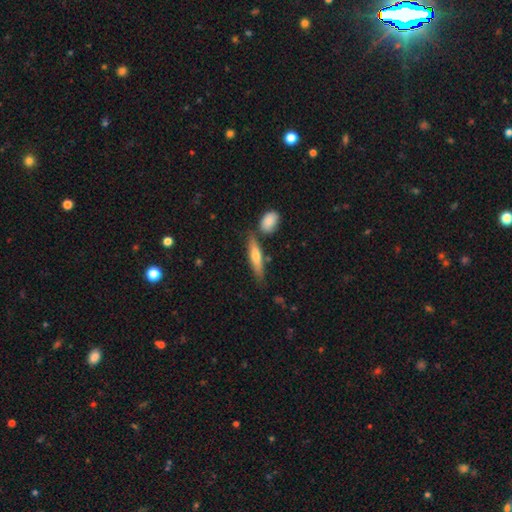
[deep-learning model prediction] Morphology: type=smooth (59%); roundness=cigar-shaped (76%); merging=none (70%).